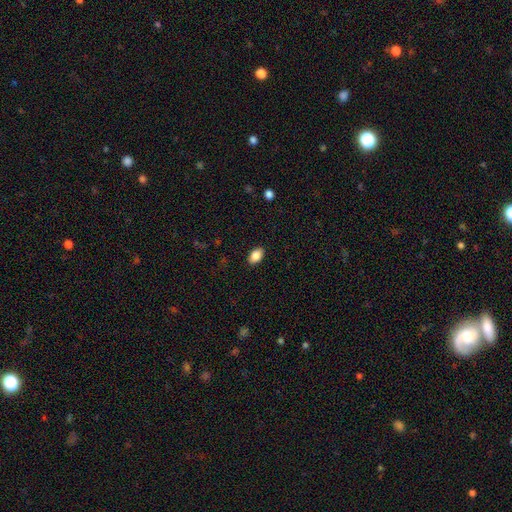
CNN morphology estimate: Smooth or featured?
  - smooth: 86% *
  - star or artifact: 8%
  - featured or disk: 6%
How rounded?
  - in between: 89% *
  - round: 9%
  - cigar-shaped: 1%
Merging?
  - none: 89% *
  - minor disturbance: 8%
  - major disturbance: 2%
  - merger: 1%